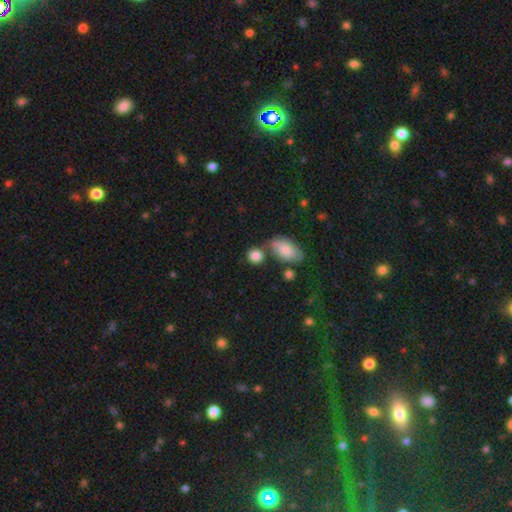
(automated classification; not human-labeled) This appears to be a smooth galaxy with no disk features (85%) that is round (76%). Merging: none (65%).